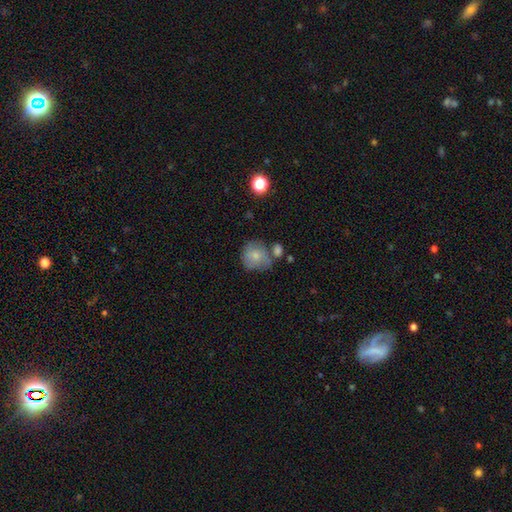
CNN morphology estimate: Smooth or featured? smooth (72%)
How rounded? round (79%)
Merging? none (48%)